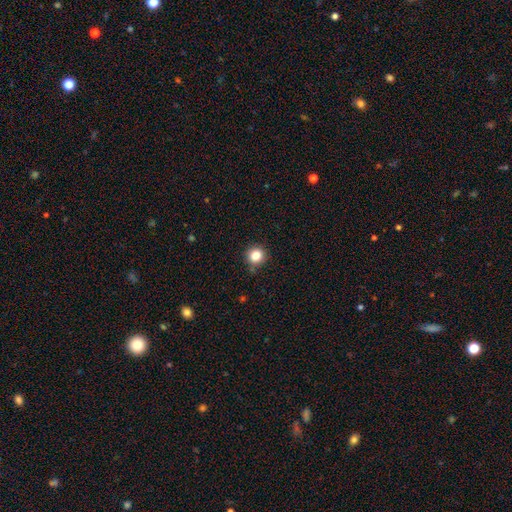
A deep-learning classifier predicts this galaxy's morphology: Overall: smooth (83%). How rounded: round (93%). Merging: none (89%).